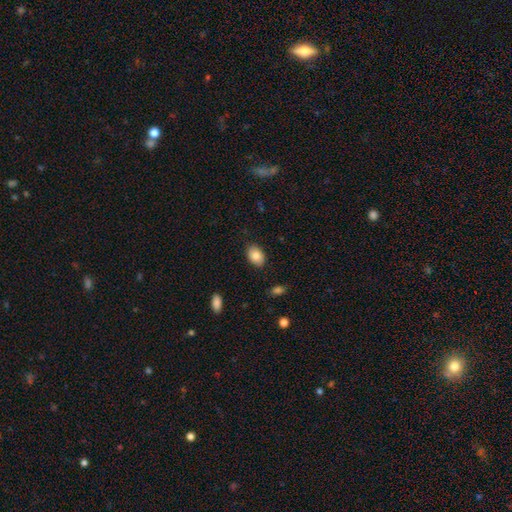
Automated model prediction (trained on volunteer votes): A smooth galaxy with no disk features (84%) that is in between round and cigar-shaped (84%).

Vote fractions:
- Smooth or featured? smooth: 84% / featured or disk: 9% / star or artifact: 7%
- How rounded? in between: 84% / round: 15% / cigar-shaped: 1%
- Merging? none: 87% / minor disturbance: 10% / major disturbance: 2% / merger: 1%